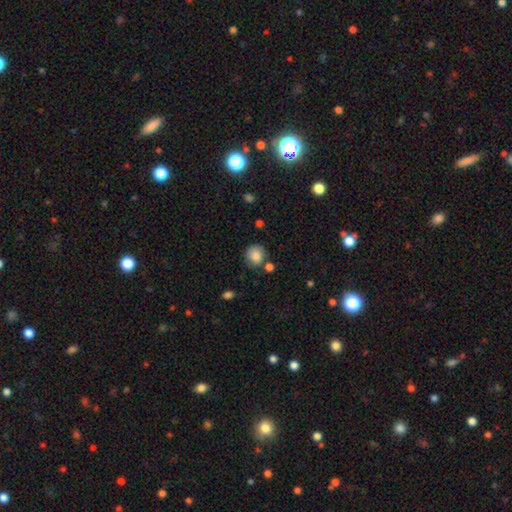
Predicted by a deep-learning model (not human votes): Smooth or featured? Predicted: smooth (p=0.86). How rounded? Predicted: round (p=0.84). Merging? Predicted: none (p=0.71).